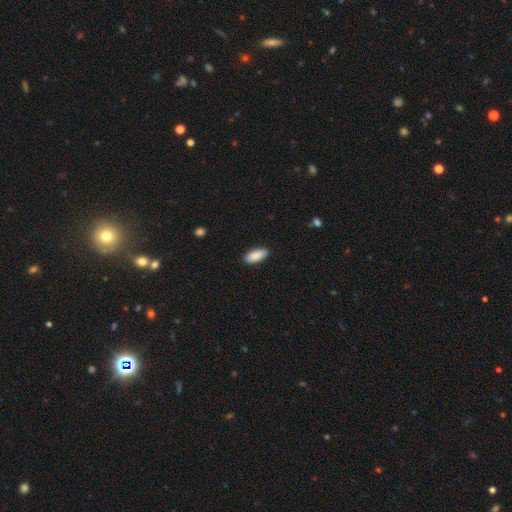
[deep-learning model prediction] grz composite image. It shows a smooth galaxy with no disk features (89%) that is in between round and cigar-shaped (87%). Merging: none (90%).